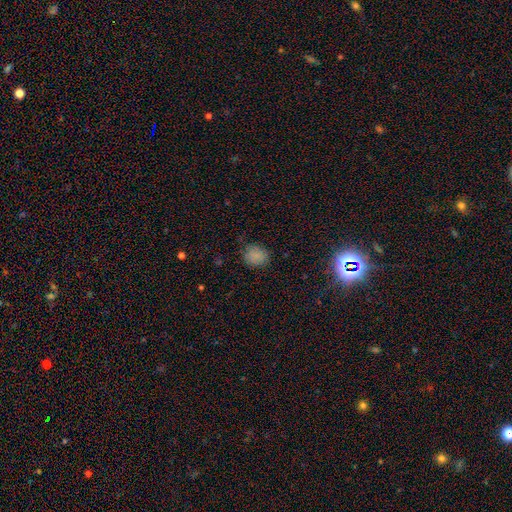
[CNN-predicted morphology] A smooth galaxy with no disk features (82%) that is round (67%).

Vote fractions:
- Smooth or featured? smooth: 82% / star or artifact: 13% / featured or disk: 5%
- How rounded? round: 67% / in between: 32% / cigar-shaped: 1%
- Merging? none: 76% / minor disturbance: 19% / major disturbance: 4% / merger: 1%